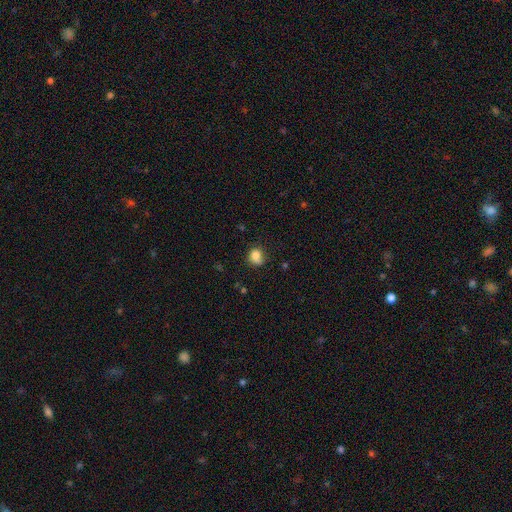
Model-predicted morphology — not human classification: This appears to be a smooth galaxy with no disk features (82%) that is round (69%). Merging: none (60%).